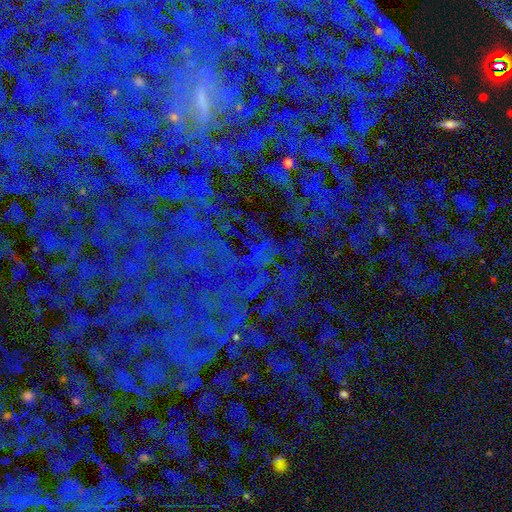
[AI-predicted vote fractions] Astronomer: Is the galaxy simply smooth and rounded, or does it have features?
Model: star or artifact — 79%.